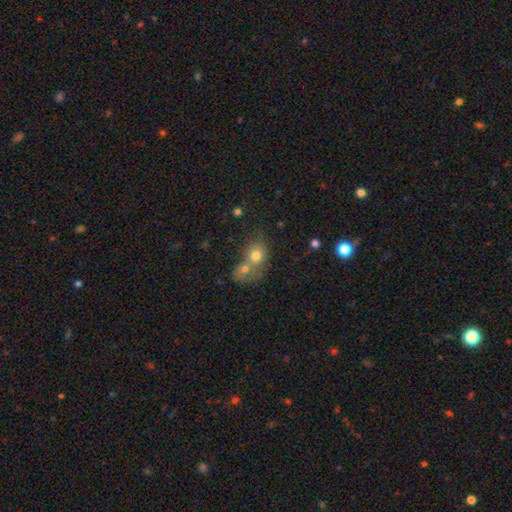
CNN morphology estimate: Smooth or featured? Predicted: smooth (p=0.73). How rounded? Predicted: round (p=0.53). Merging? Predicted: merger (p=0.64).